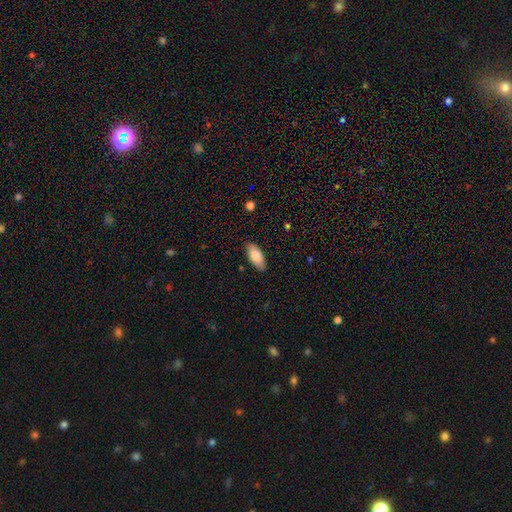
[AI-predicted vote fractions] Morphology: type=smooth (83%); roundness=in between (89%); merging=none (87%).